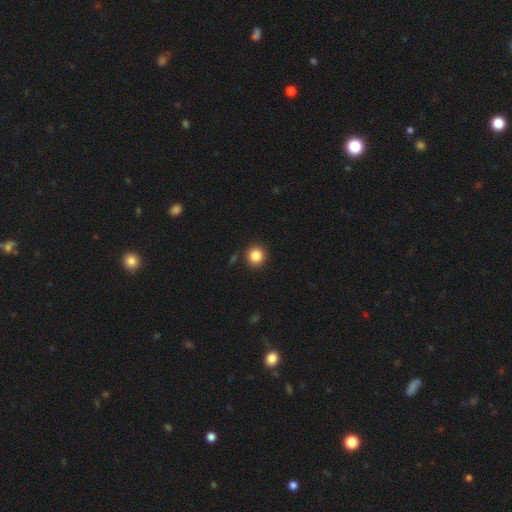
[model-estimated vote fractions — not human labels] smooth 85%, star or artifact 11%, featured or disk 4%. Down the decision tree: how rounded — round (93%); merging — none (90%).